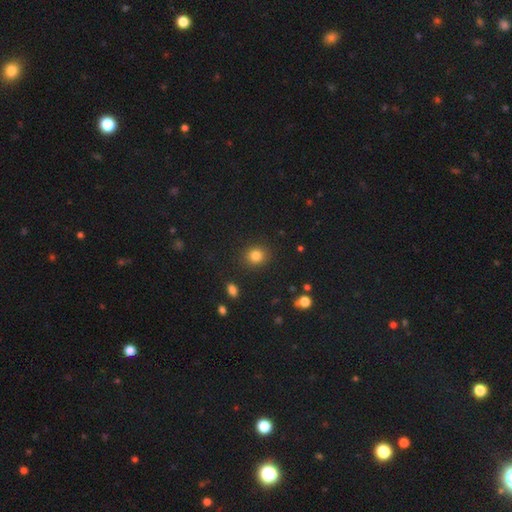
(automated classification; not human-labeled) smooth-or-featured: smooth: 83% | star or artifact: 12% | featured or disk: 6%
  how-rounded: round: 76% | in between: 23% | cigar-shaped: 1%
  merging: none: 89% | minor disturbance: 7% | major disturbance: 2% | merger: 1%